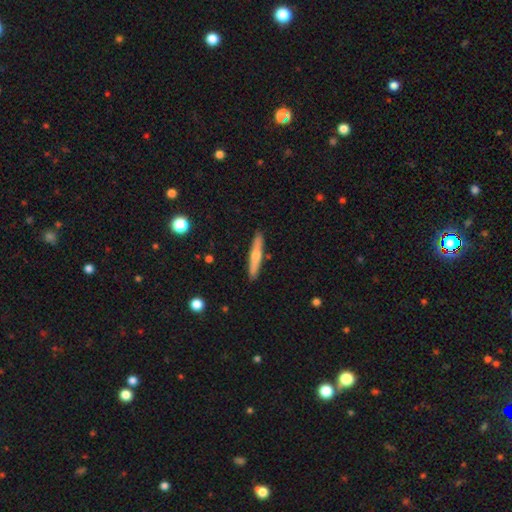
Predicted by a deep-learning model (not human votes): This is possibly a featured or disk galaxy (50%). Merging: clearly none (91%).